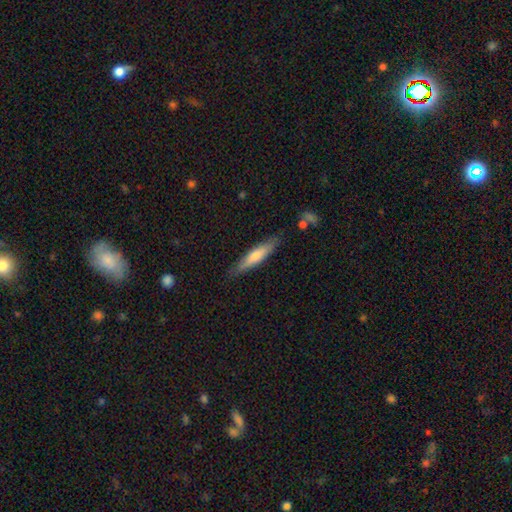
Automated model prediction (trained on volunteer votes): Smooth or featured? smooth (55%)
How rounded? cigar-shaped (87%)
Merging? none (84%)